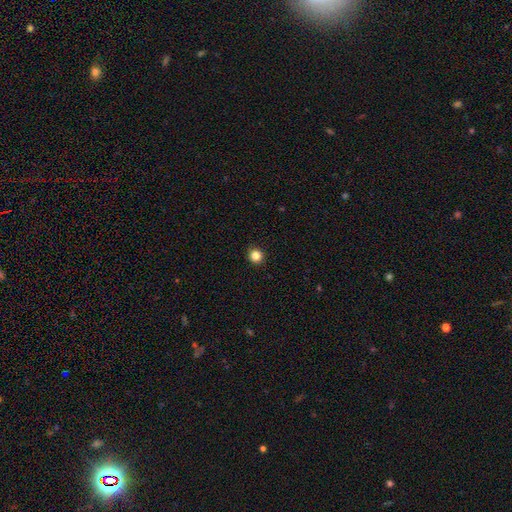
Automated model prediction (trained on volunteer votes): smooth_or_featured: smooth (p=0.84) [alt: star or artifact p=0.12]
how_rounded: round (p=0.93) [alt: in between p=0.06]
merging: none (p=0.93) [alt: minor disturbance p=0.05]